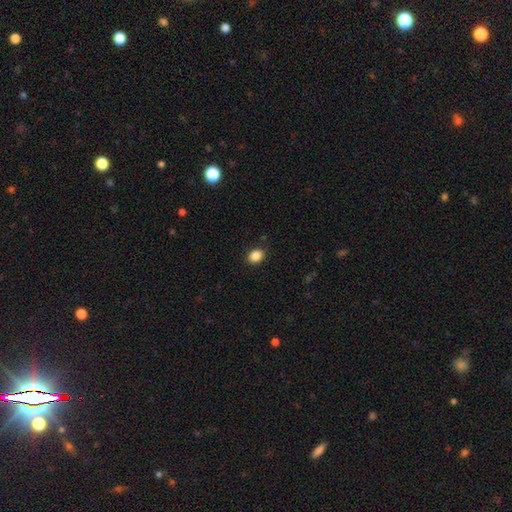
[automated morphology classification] A smooth galaxy with no disk features (86%) that is round (50%). Merging: none (88%).